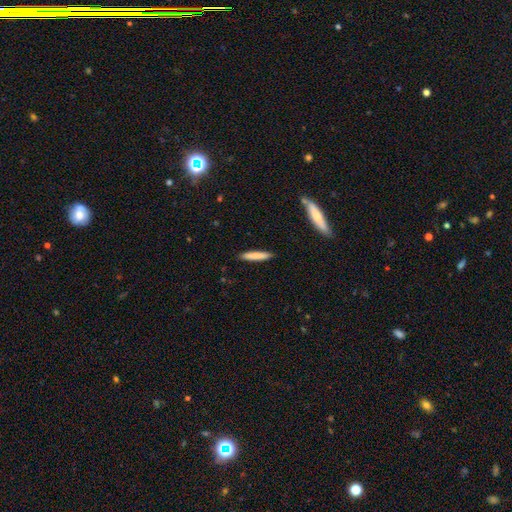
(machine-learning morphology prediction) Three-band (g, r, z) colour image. It shows a smooth galaxy with no disk features (79%) that is cigar-shaped (90%). Merging: none (90%).